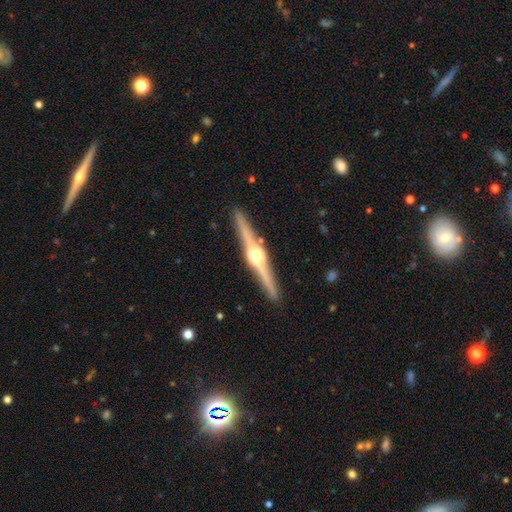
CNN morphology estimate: Overall: featured or disk (85%). Edge-on disk: yes (98%). Edge-on bulge: rounded (94%). Merging: none (91%).